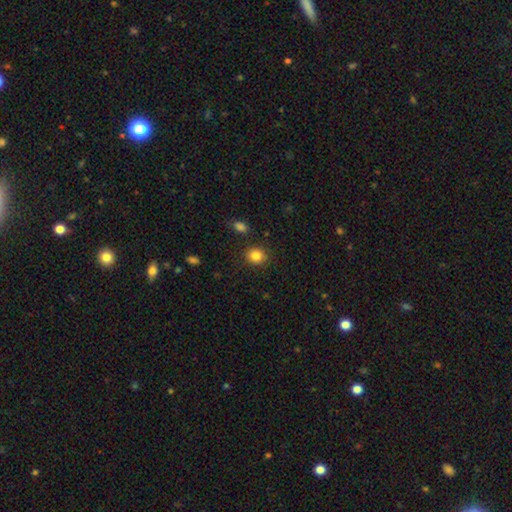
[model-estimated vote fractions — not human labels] A smooth galaxy with no disk features (85%) that is round (69%).

Vote fractions:
- Smooth or featured? smooth: 85% / star or artifact: 10% / featured or disk: 5%
- How rounded? round: 69% / in between: 30% / cigar-shaped: 1%
- Merging? none: 86% / minor disturbance: 9% / major disturbance: 3% / merger: 3%